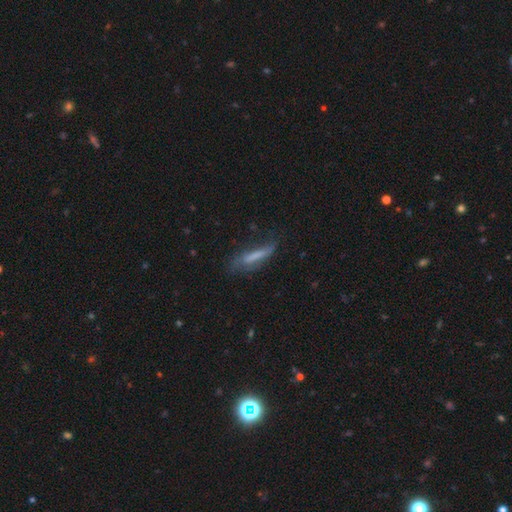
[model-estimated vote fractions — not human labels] Smooth or featured: smooth — 52% (featured or disk — 38%)
How rounded: cigar-shaped — 83% (in between — 15%)
Merging: none — 56% (minor disturbance — 28%)